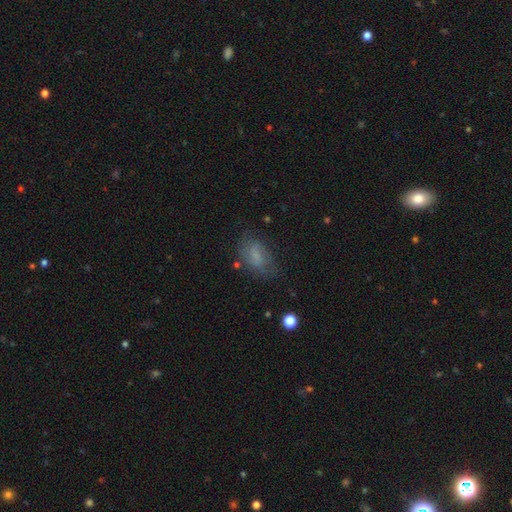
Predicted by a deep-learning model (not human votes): A smooth galaxy with no disk features (66%) that is in between round and cigar-shaped (86%).

Vote fractions:
- Smooth or featured? smooth: 66% / featured or disk: 22% / star or artifact: 12%
- How rounded? in between: 86% / round: 9% / cigar-shaped: 5%
- Merging? none: 60% / minor disturbance: 24% / major disturbance: 13% / merger: 3%